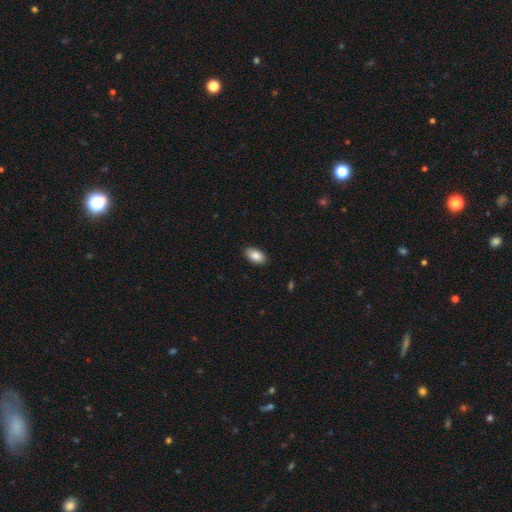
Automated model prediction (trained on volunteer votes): Q: Smooth or featured?
A: smooth (86%); runner-up: featured or disk (7%)
Q: How rounded?
A: in between (94%); runner-up: round (4%)
Q: Merging?
A: none (89%); runner-up: minor disturbance (8%)